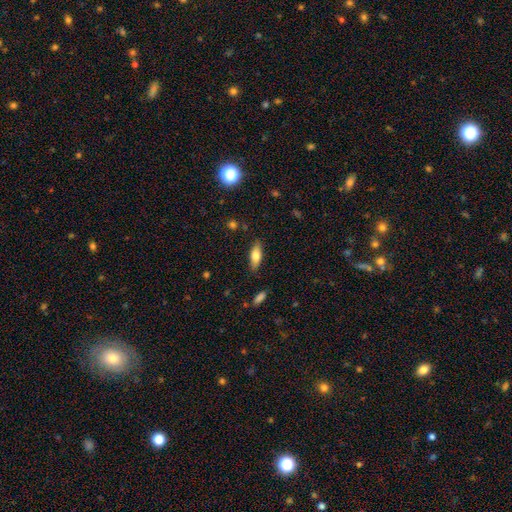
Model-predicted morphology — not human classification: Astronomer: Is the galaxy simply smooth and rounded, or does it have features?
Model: smooth — 71%.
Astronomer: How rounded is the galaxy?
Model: in between — 68%.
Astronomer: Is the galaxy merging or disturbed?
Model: none — 83%.